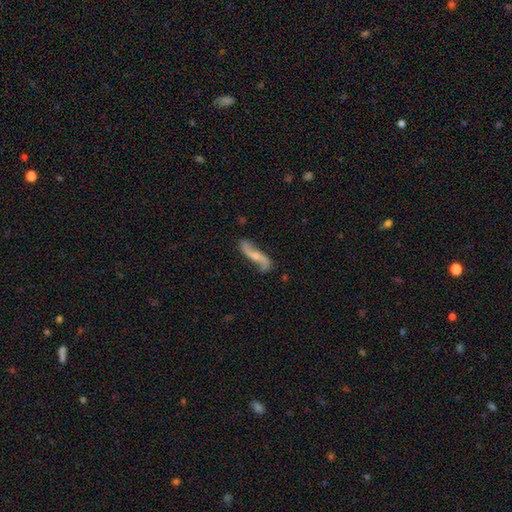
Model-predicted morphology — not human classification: featured or disk 79%, smooth 15%, star or artifact 6%. Down the decision tree: edge-on disk — no (86%); bar — no (53%); spiral arms — yes (95%); spiral arm count — 2 (93%); spiral winding — loose (83%); bulge size — small (48%); merging — none (76%).